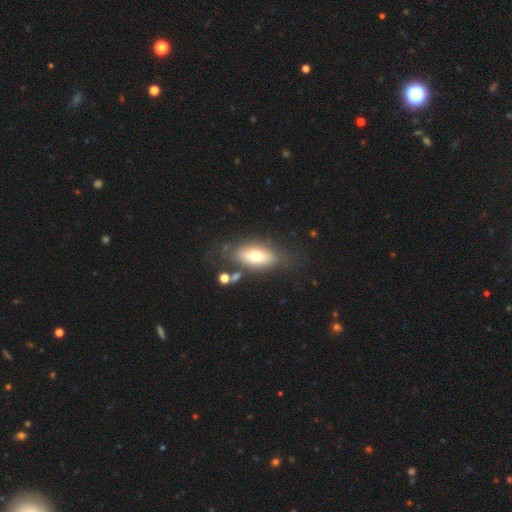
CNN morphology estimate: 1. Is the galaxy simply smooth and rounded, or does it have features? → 64% smooth, 28% featured or disk, 8% star or artifact.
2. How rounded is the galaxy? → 82% in between, 11% cigar-shaped, 6% round.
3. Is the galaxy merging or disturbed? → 70% none, 16% minor disturbance, 8% major disturbance, 7% merger.